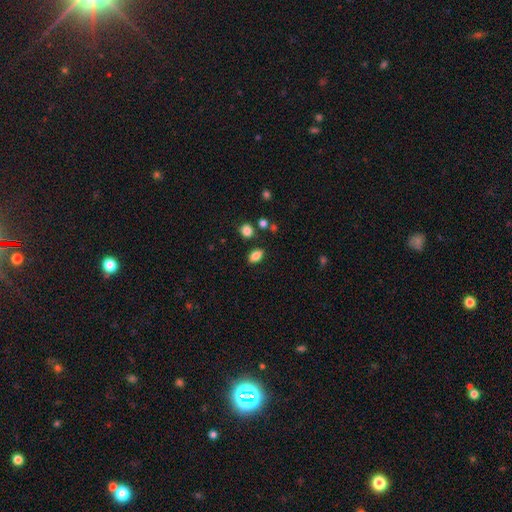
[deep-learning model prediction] Morphology: type=smooth (83%); roundness=in between (85%); merging=none (84%).